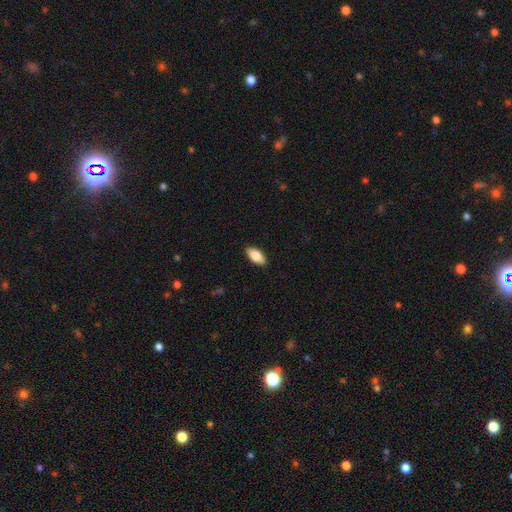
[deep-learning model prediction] This appears to be a smooth galaxy with no disk features (82%) that is in between round and cigar-shaped (88%). Merging: none (89%).